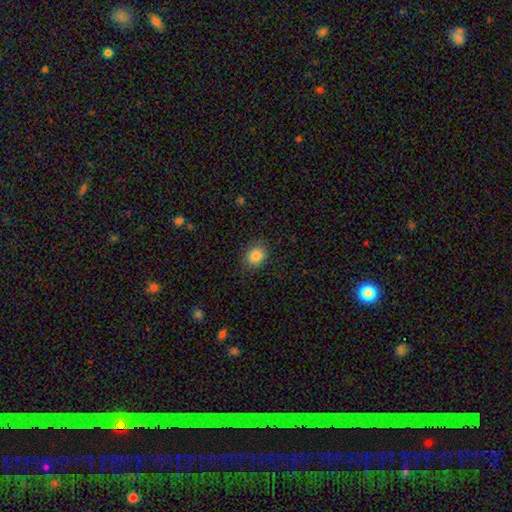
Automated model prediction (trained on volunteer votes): This appears to be a smooth galaxy with no disk features (85%) that is round (59%). Merging: none (85%).